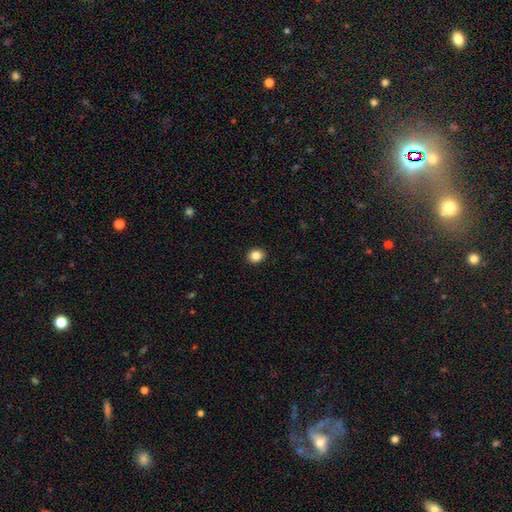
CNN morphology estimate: Overall: smooth (86%). How rounded: round (64%; in between 35%). Merging: none (92%).